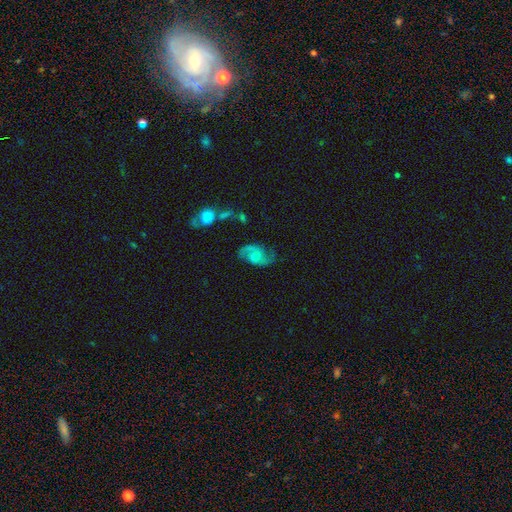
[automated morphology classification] A featured or disk galaxy (79%) with no bar (49%), 2 (91%) medium (49%) spiral arms (94%) and a moderate central bulge (44%). Merging: none (72%).